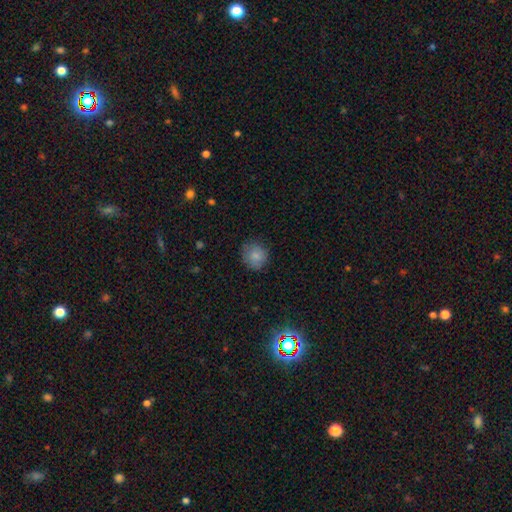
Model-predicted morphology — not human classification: The model was most divided on "merging": none: 78%, minor disturbance: 17%, major disturbance: 4%, merger: 1%. More confident: smooth or featured — smooth (83%); how rounded — round (81%).